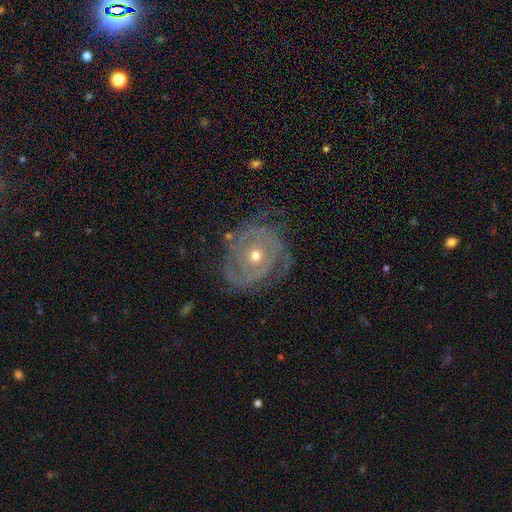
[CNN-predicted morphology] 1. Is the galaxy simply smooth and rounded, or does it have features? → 85% featured or disk, 9% smooth, 6% star or artifact.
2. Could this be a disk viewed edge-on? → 97% no, 3% yes.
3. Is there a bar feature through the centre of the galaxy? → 83% no, 13% weak, 4% strong.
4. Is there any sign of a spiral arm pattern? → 92% yes, 8% no.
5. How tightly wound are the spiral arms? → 70% tight, 23% medium, 7% loose.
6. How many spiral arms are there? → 32% 2, 26% can't tell, 23% 3, 8% 4, 6% 1, 5% more than 4.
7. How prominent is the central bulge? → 51% moderate, 46% small, 1% large, 1% none, 1% dominant.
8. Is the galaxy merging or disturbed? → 66% none, 20% minor disturbance, 12% major disturbance, 2% merger.